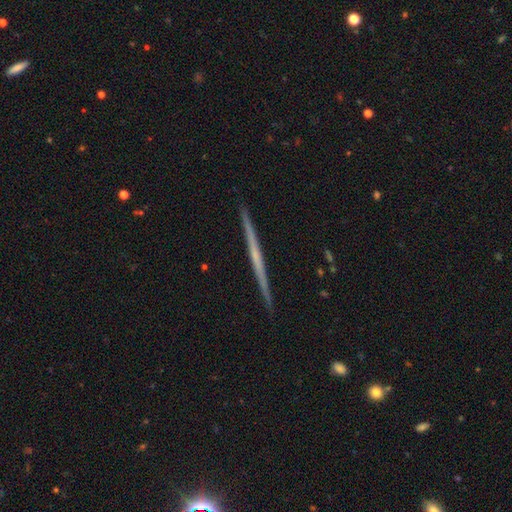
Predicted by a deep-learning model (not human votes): Morphology: type=featured or disk (68%); edge-on=yes (98%); edge-on bulge=none (81%); merging=none (93%).